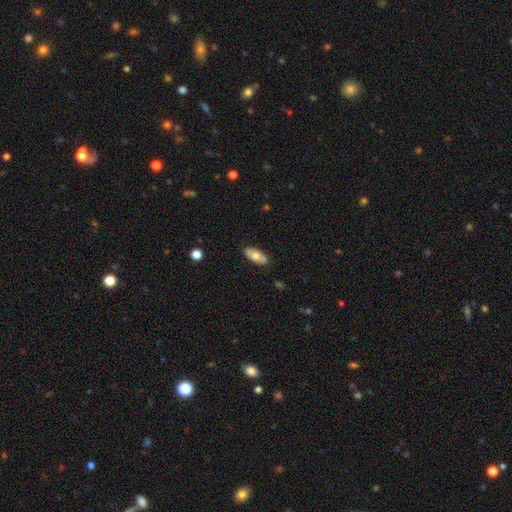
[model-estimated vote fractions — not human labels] Overall: smooth (66%; featured or disk 28%). How rounded: in between (89%). Merging: none (86%).